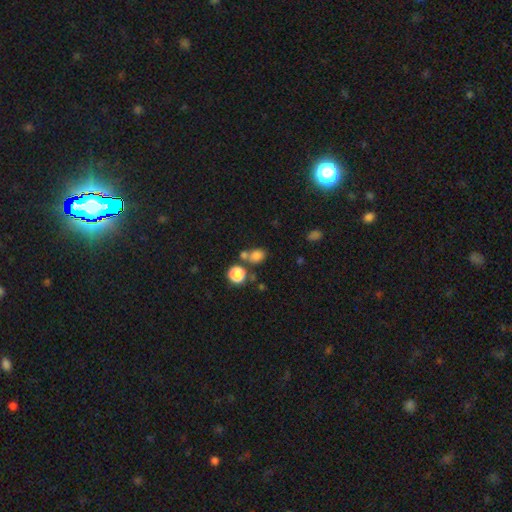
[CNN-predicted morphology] A smooth galaxy with no disk features (77%) that is round (59%).

Vote fractions:
- Smooth or featured? smooth: 77% / star or artifact: 16% / featured or disk: 7%
- How rounded? round: 59% / in between: 40% / cigar-shaped: 1%
- Merging? none: 54% / merger: 30% / minor disturbance: 11% / major disturbance: 5%